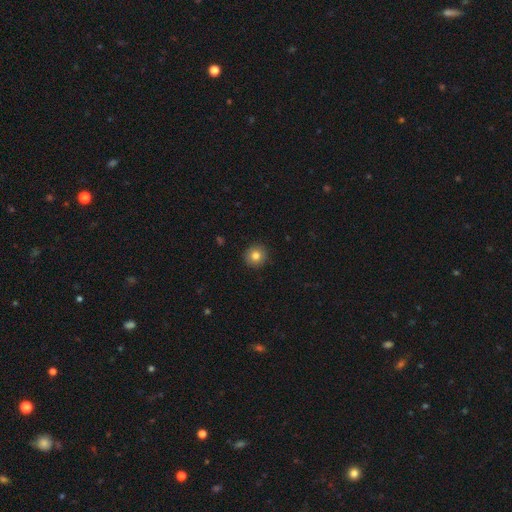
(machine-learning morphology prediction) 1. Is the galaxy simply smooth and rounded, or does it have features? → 81% smooth, 10% star or artifact, 8% featured or disk.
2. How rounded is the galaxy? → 94% round, 5% in between, 1% cigar-shaped.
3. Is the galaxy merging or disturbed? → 92% none, 5% minor disturbance, 2% major disturbance, 1% merger.